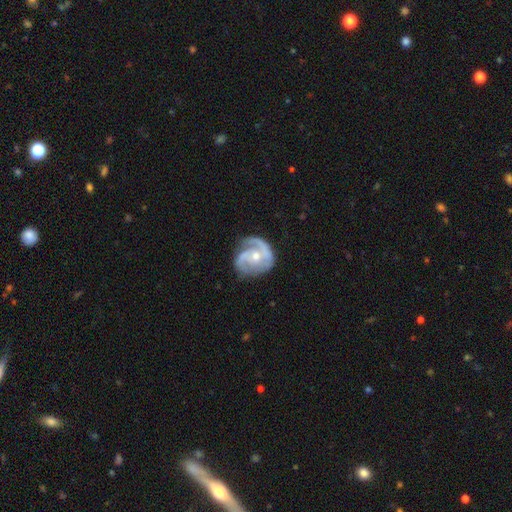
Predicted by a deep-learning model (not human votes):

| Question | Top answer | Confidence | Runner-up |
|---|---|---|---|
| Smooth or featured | featured or disk | 84% | smooth (11%) |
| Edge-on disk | no | 98% | yes (2%) |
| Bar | no | 64% | weak (30%) |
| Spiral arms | yes | 95% | no (5%) |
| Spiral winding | medium | 45% | tight (40%) |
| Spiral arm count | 2 | 54% | 3 (21%) |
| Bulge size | moderate | 50% | small (45%) |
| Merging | none | 62% | minor disturbance (23%) |